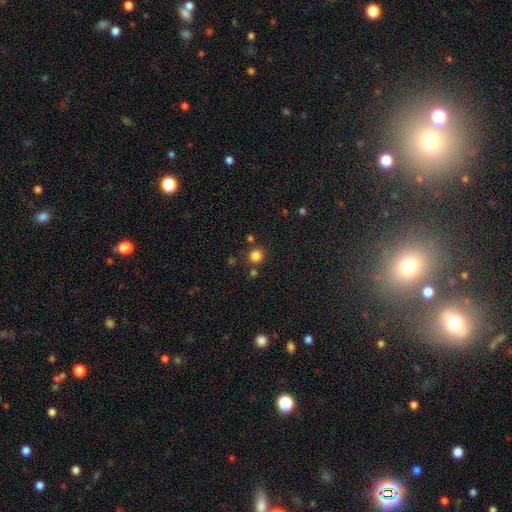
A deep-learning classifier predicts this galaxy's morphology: Overall: smooth (82%). How rounded: round (92%). Merging: none (80%).